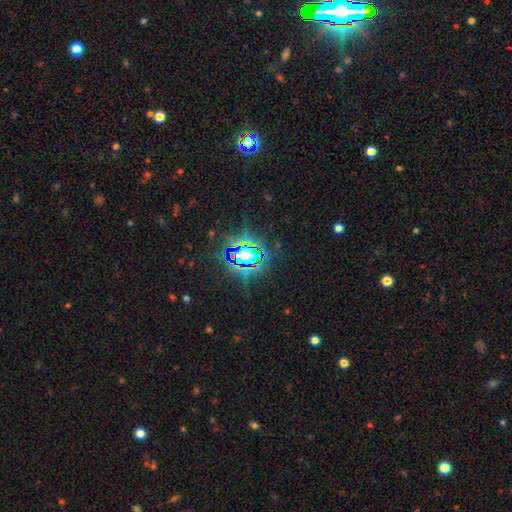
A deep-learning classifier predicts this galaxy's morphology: This is clearly a star or artifact rather than a galaxy (81%).